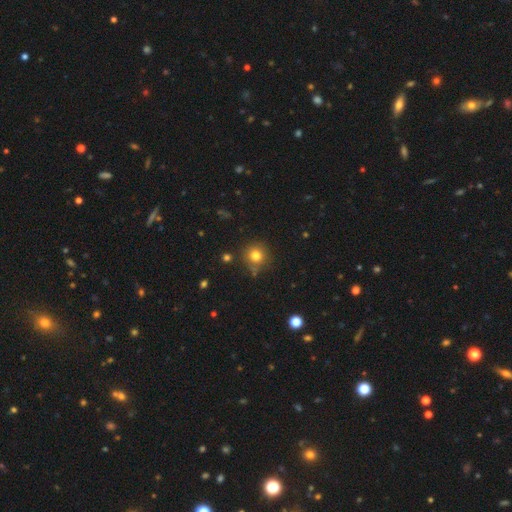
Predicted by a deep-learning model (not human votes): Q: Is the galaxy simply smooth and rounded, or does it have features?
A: smooth — 80%.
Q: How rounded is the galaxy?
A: round — 93%.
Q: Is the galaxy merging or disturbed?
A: none — 80%.